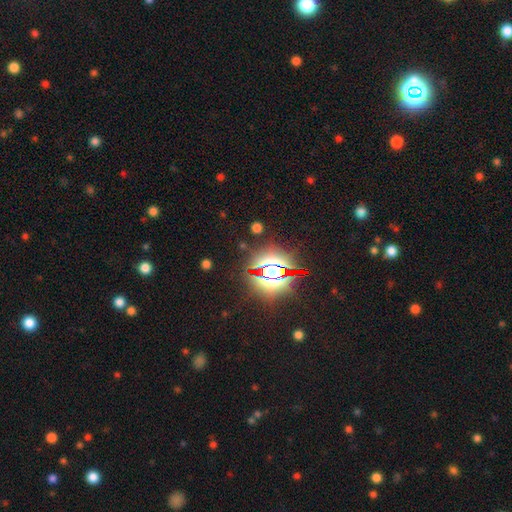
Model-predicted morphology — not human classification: type=star or artifact (84%).